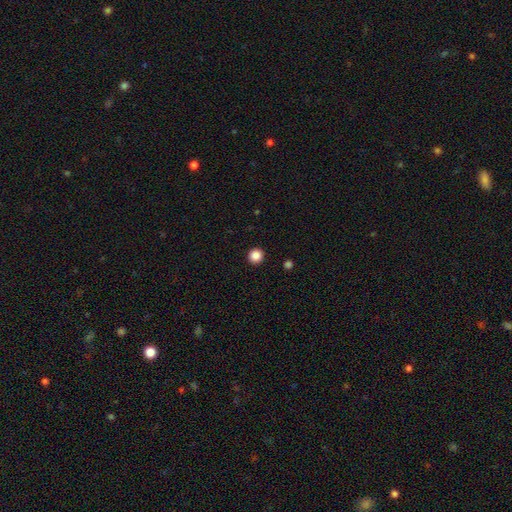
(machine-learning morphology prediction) A smooth galaxy with no disk features (87%) that is round (94%).

Vote fractions:
- Smooth or featured? smooth: 87% / star or artifact: 10% / featured or disk: 3%
- How rounded? round: 94% / in between: 5% / cigar-shaped: 1%
- Merging? none: 93% / minor disturbance: 4% / major disturbance: 1% / merger: 1%